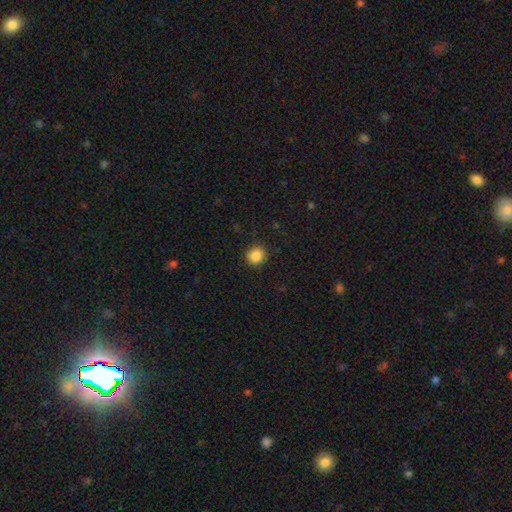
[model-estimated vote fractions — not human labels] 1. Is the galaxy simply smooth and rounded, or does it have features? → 87% smooth, 10% star or artifact, 3% featured or disk.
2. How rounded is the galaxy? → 83% round, 16% in between, 1% cigar-shaped.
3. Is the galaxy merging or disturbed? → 88% none, 8% minor disturbance, 2% major disturbance, 1% merger.